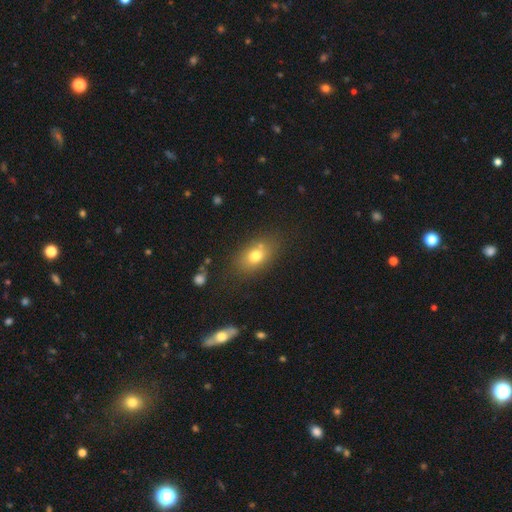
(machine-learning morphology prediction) Smooth or featured? Predicted: smooth (p=0.75). How rounded? Predicted: in between (p=0.79). Merging? Predicted: none (p=0.74).